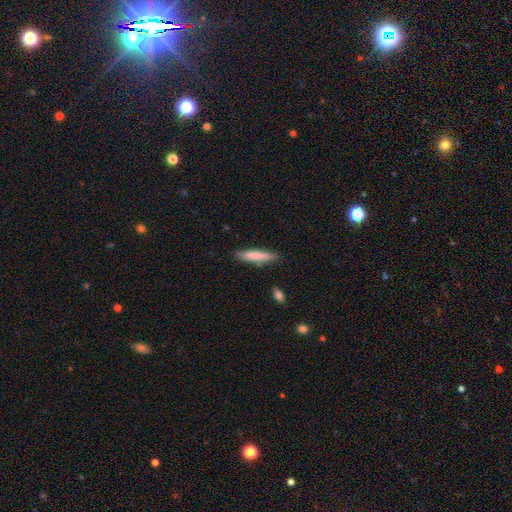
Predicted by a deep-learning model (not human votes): Smooth or featured?
  - smooth: 80% *
  - featured or disk: 14%
  - star or artifact: 6%
How rounded?
  - cigar-shaped: 86% *
  - in between: 12%
  - round: 1%
Merging?
  - none: 82% *
  - minor disturbance: 12%
  - merger: 3%
  - major disturbance: 2%